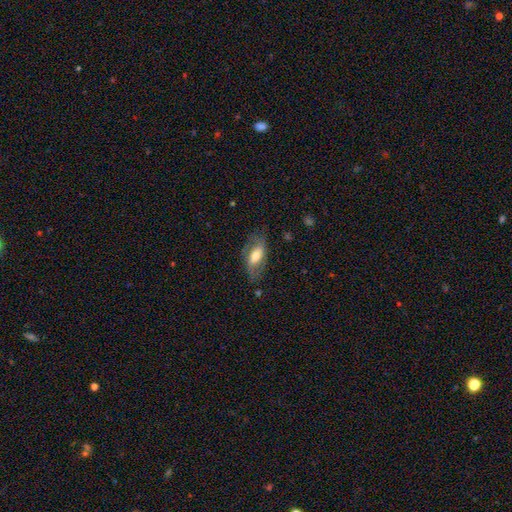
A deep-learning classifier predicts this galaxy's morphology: A smooth galaxy with no disk features (49%).

Vote fractions:
- Smooth or featured? smooth: 49% / featured or disk: 45% / star or artifact: 7%
- Merging? none: 69% / minor disturbance: 20% / major disturbance: 9% / merger: 2%